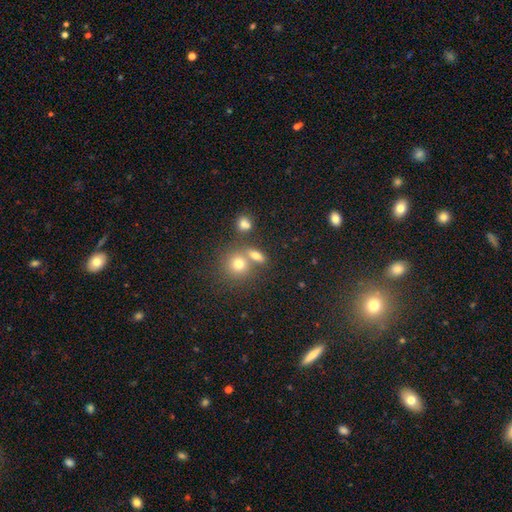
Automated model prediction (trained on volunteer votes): A smooth galaxy with no disk features (73%) that is in between round and cigar-shaped (58%).

Vote fractions:
- Smooth or featured? smooth: 73% / star or artifact: 14% / featured or disk: 13%
- How rounded? in between: 58% / round: 34% / cigar-shaped: 7%
- Merging? none: 54% / merger: 31% / minor disturbance: 10% / major disturbance: 4%